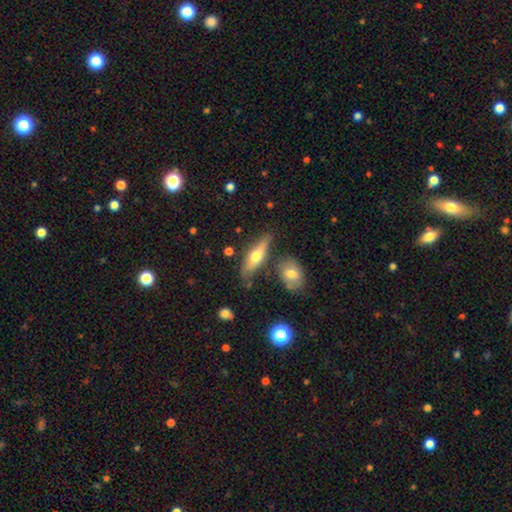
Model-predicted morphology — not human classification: A smooth galaxy with no disk features (48%). Merging: none (71%).